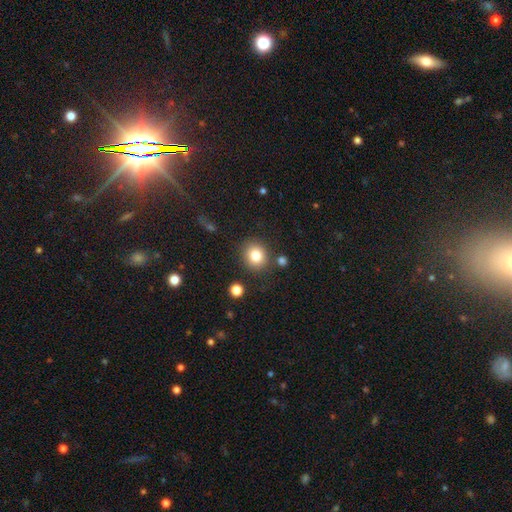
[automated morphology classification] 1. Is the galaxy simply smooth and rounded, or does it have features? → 81% smooth, 11% star or artifact, 8% featured or disk.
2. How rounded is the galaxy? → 80% round, 19% in between, 1% cigar-shaped.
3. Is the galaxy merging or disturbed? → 83% none, 9% minor disturbance, 5% merger, 3% major disturbance.